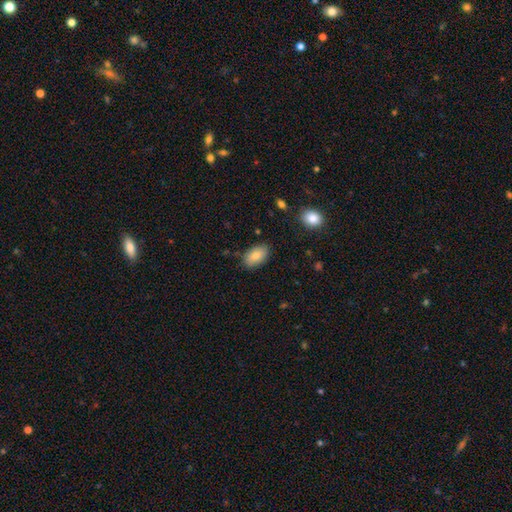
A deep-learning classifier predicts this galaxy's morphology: The model was most divided on "smooth or featured": smooth: 80%, featured or disk: 12%, star or artifact: 7%. More confident: how rounded — in between (93%); merging — none (83%).